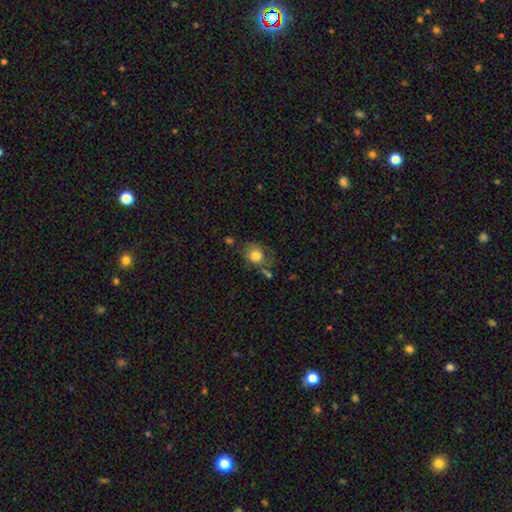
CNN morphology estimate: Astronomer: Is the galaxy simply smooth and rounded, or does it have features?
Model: smooth — 74%.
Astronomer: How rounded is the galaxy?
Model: round — 57% (runner-up: in between, 42%).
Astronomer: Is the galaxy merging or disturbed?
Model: none — 46% (runner-up: minor disturbance, 27%).